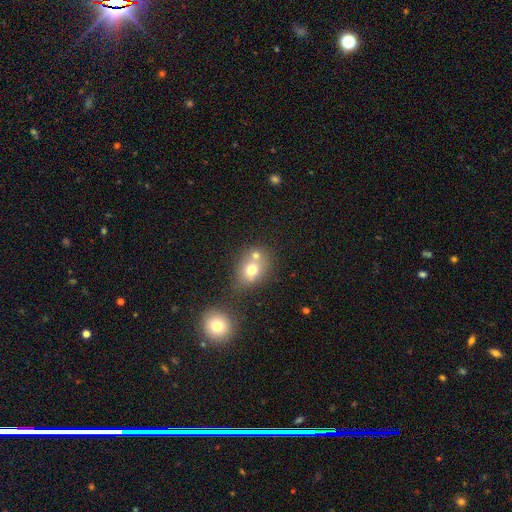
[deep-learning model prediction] This is likely a smooth galaxy (69%). How rounded: possibly round (55%). Merging: possibly none (47%).